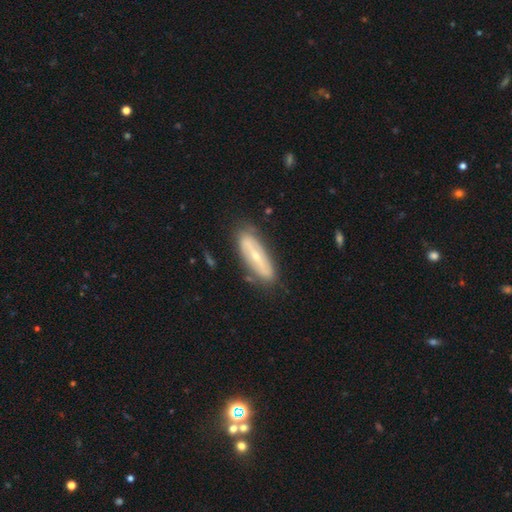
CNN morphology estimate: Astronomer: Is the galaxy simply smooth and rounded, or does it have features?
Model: featured or disk — 61%.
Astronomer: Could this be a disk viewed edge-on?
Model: no — 71%.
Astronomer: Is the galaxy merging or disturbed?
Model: none — 79%.